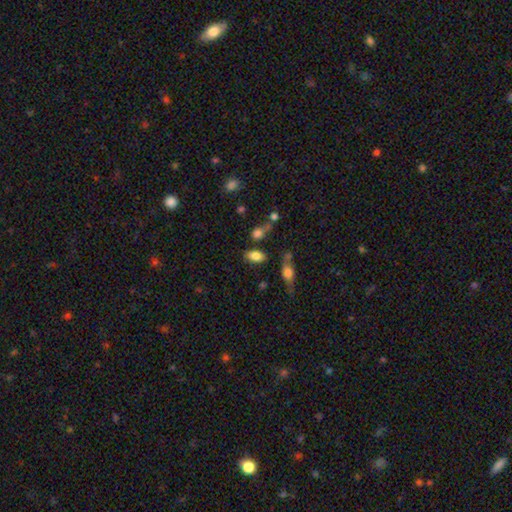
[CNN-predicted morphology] This is clearly a smooth galaxy (82%). How rounded: clearly in between (91%). Merging: likely none (74%).